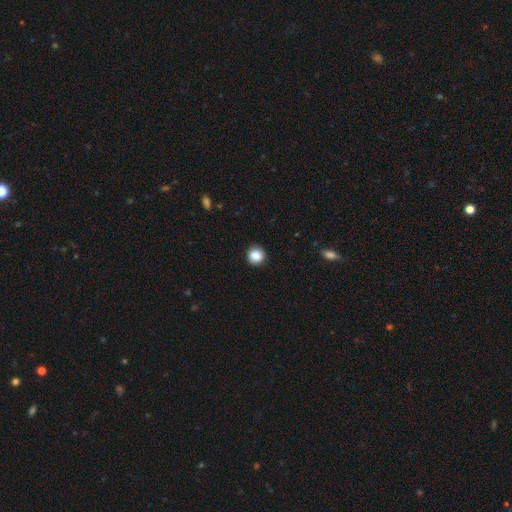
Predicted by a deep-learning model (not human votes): A smooth galaxy with no disk features (87%) that is round (93%).

Vote fractions:
- Smooth or featured? smooth: 87% / star or artifact: 9% / featured or disk: 4%
- How rounded? round: 93% / in between: 6% / cigar-shaped: 1%
- Merging? none: 90% / minor disturbance: 7% / major disturbance: 2% / merger: 1%